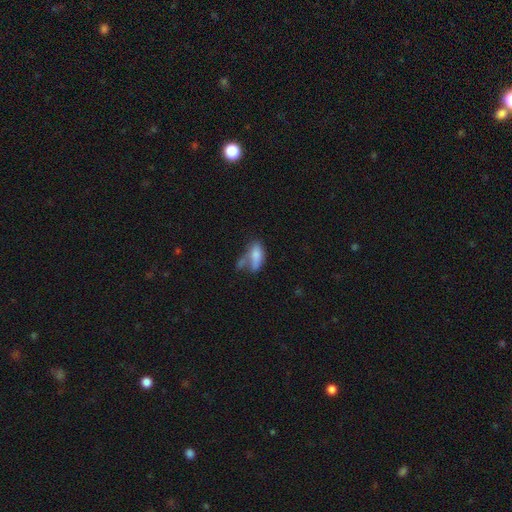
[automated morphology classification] Smooth or featured? smooth (74%)
How rounded? in between (84%)
Merging? merger (35%)